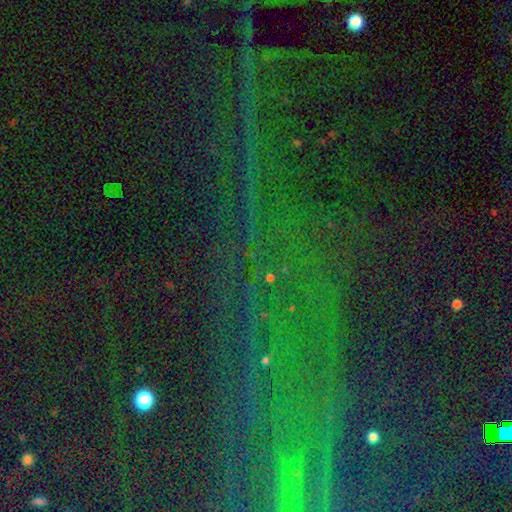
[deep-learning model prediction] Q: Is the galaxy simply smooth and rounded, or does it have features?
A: star or artifact — 85%.